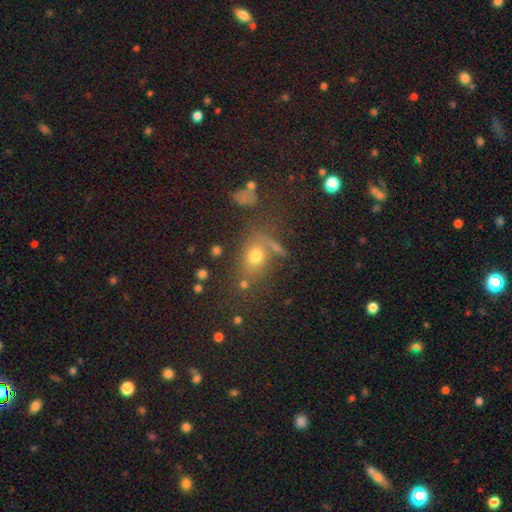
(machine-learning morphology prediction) A smooth galaxy with no disk features (68%) that is in between round and cigar-shaped (52%). Merging: none (60%).